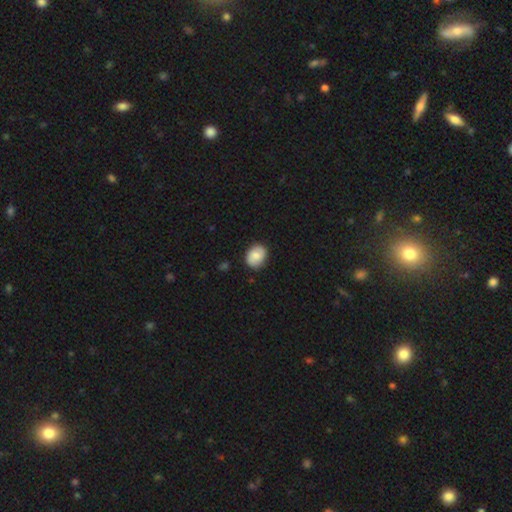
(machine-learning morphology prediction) Smooth or featured? smooth (78%)
How rounded? in between (51%)
Merging? none (85%)